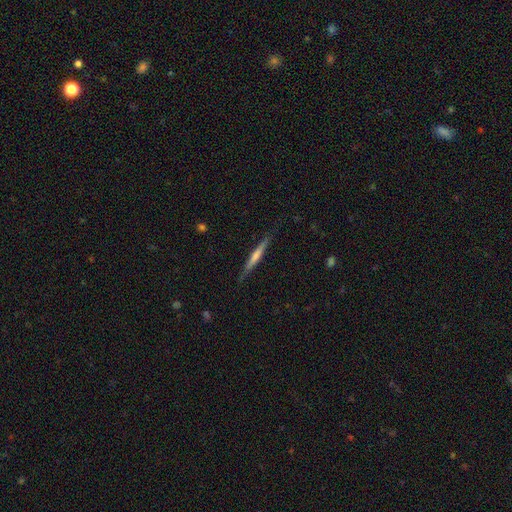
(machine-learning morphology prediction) featured or disk 59%, smooth 35%, star or artifact 6%. Down the decision tree: edge-on disk — yes (97%); edge-on bulge — none (46%); merging — none (87%).